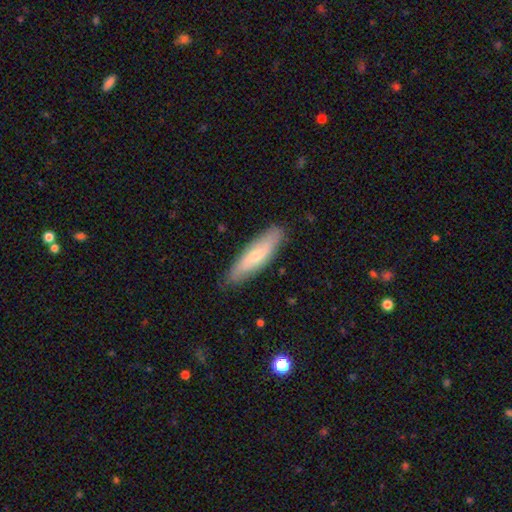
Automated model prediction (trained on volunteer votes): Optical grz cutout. It shows a smooth galaxy with no disk features (56%) that is cigar-shaped (65%). Merging: none (85%).